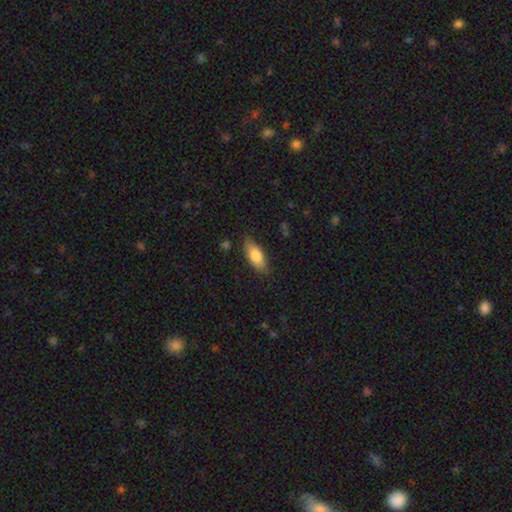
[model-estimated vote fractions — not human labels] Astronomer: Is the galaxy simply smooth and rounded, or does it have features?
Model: smooth — 79%.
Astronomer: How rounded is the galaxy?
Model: in between — 79%.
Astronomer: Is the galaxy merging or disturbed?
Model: none — 80%.